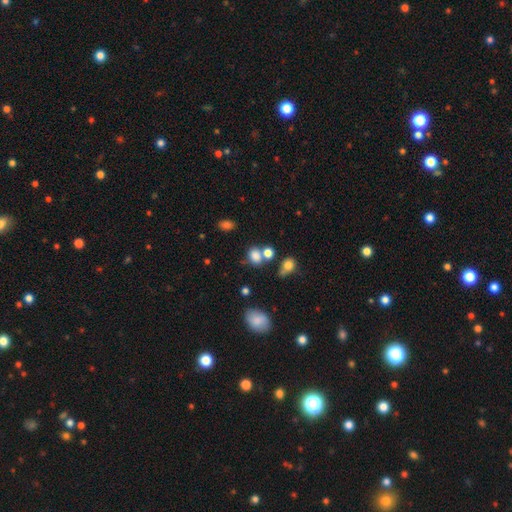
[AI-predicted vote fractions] A smooth galaxy with no disk features (77%) that is round (53%). Merging: none (49%).